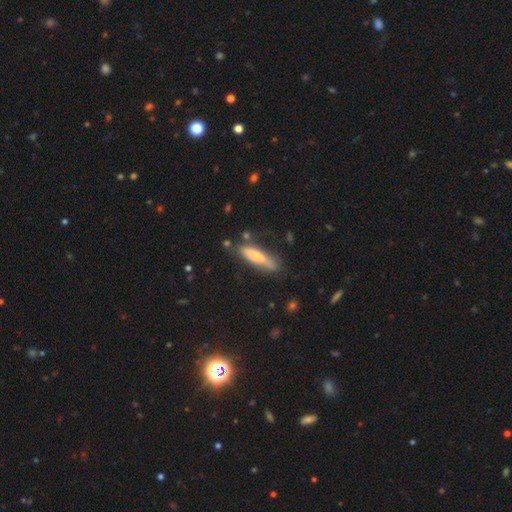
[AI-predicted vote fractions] smooth_or_featured: smooth (p=0.62) [alt: featured or disk p=0.32]
how_rounded: cigar-shaped (p=0.73) [alt: in between p=0.25]
merging: none (p=0.65) [alt: minor disturbance p=0.22]